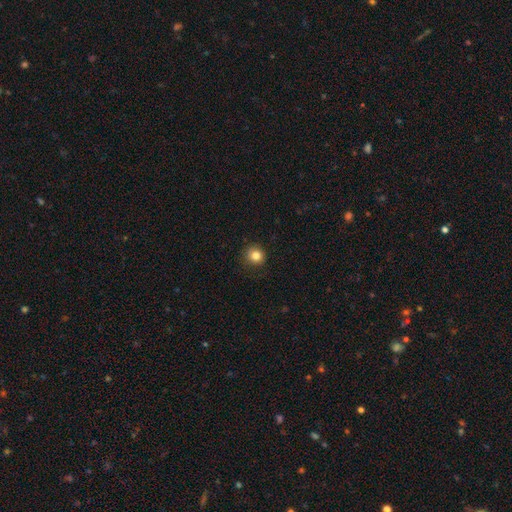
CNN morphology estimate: The model was most divided on "smooth or featured": smooth: 83%, star or artifact: 12%, featured or disk: 5%. More confident: how rounded — round (91%); merging — none (89%).